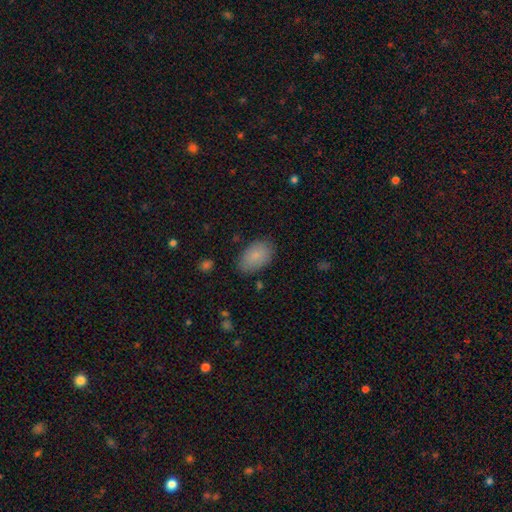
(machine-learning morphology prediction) type=smooth (84%); roundness=in between (93%); merging=none (82%).